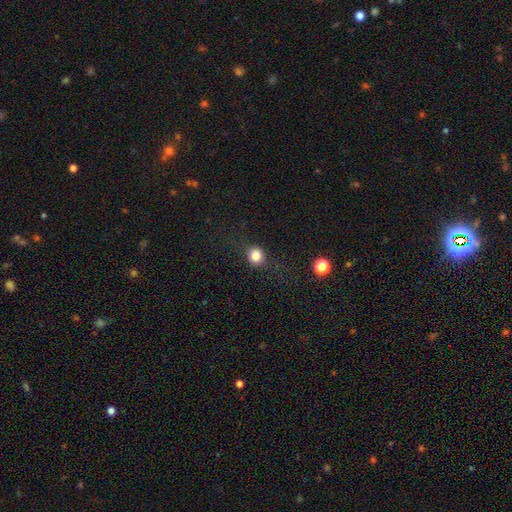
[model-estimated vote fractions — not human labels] Morphology: type=smooth (80%); roundness=round (83%); merging=none (82%).